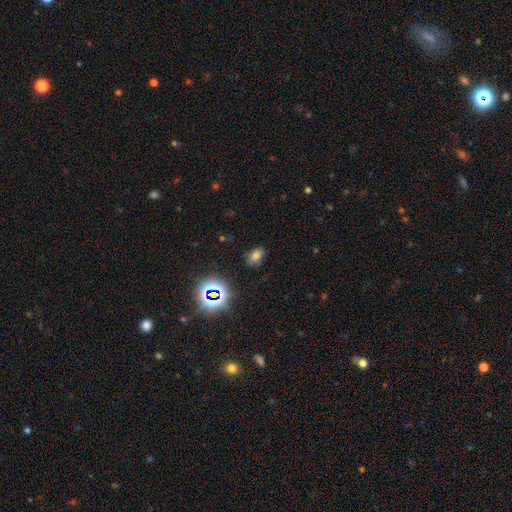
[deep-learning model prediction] This is likely a smooth galaxy (68%). How rounded: likely in between (80%). Merging: likely none (79%).